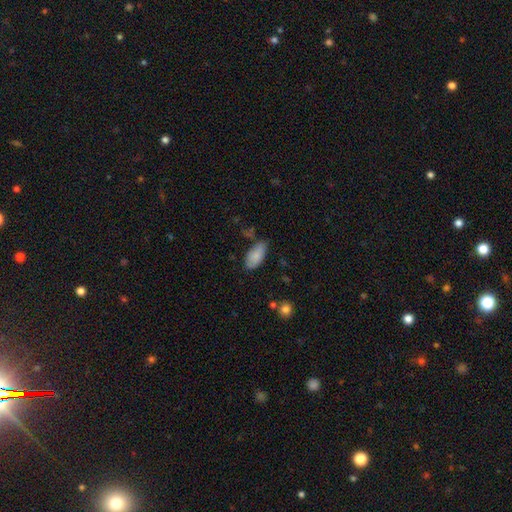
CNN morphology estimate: smooth 84%, featured or disk 9%, star or artifact 7%. Down the decision tree: how rounded — in between (92%); merging — none (68%).